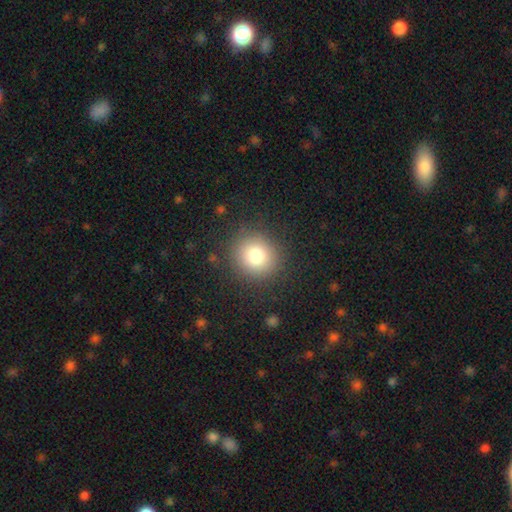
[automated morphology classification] A smooth galaxy with no disk features (79%) that is round (90%). Merging: none (88%).